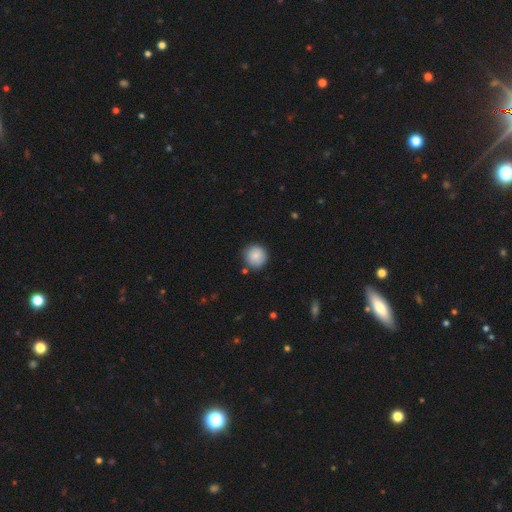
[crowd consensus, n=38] Morphology: type=smooth (92%); roundness=round (94%); merging=none (94%).